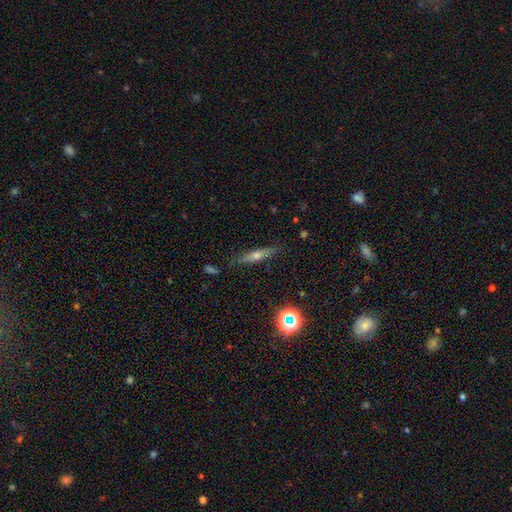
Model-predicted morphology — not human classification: smooth_or_featured: featured or disk (p=0.58) [alt: smooth p=0.26]
disk_edge_on: yes (p=0.92) [alt: no p=0.08]
edge_on_bulge: rounded (p=0.85) [alt: none p=0.10]
merging: none (p=0.85) [alt: minor disturbance p=0.10]